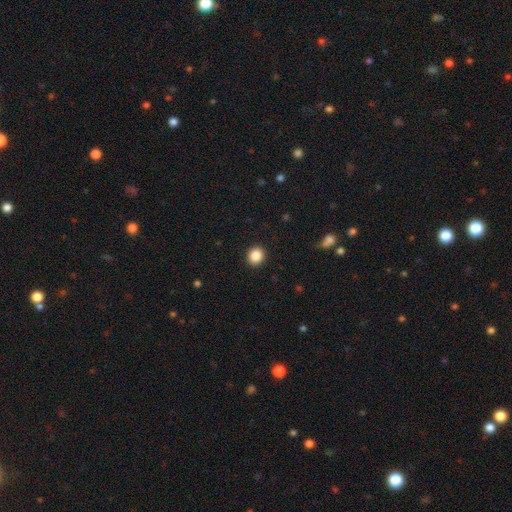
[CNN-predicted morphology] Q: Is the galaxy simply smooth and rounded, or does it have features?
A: smooth — 88%.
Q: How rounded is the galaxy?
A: round — 81%.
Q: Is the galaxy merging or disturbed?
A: none — 92%.